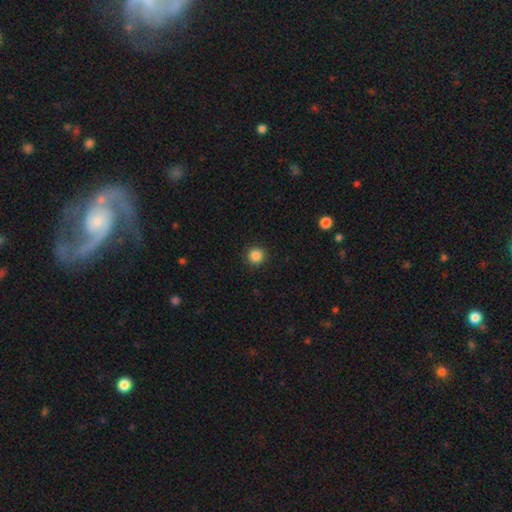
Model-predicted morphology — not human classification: smooth_or_featured: smooth (p=0.86) [alt: star or artifact p=0.11]
how_rounded: round (p=0.95) [alt: in between p=0.04]
merging: none (p=0.93) [alt: minor disturbance p=0.05]